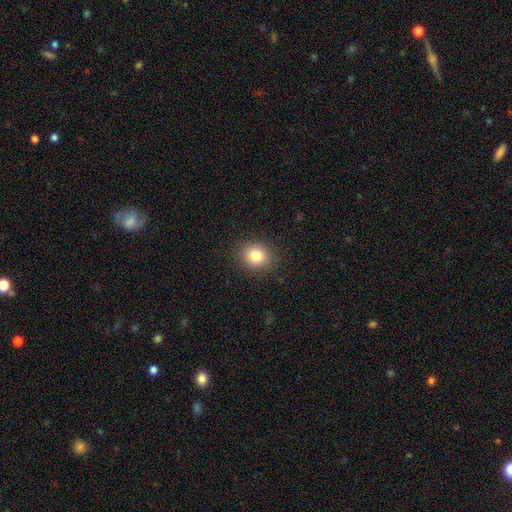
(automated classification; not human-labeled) Morphology: type=smooth (82%); roundness=round (78%); merging=none (89%).